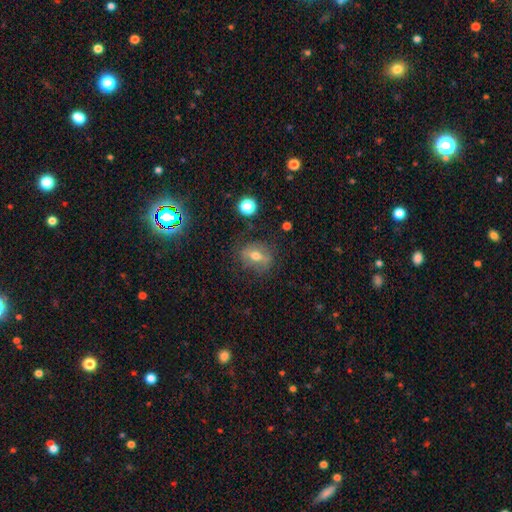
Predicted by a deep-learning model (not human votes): This appears to be a smooth galaxy with no disk features (43%). Merging: none (77%).